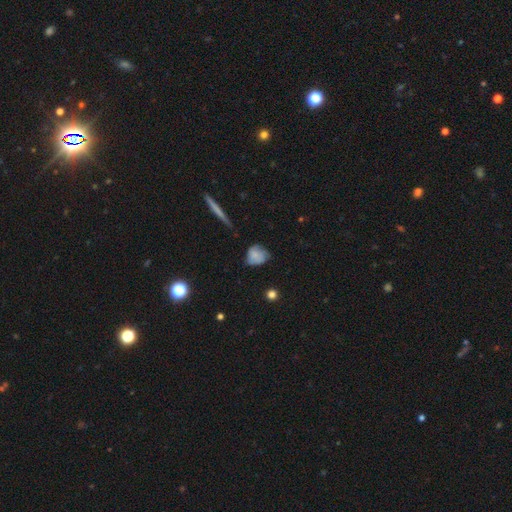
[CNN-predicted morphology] Smooth or featured? Predicted: smooth (p=0.71). How rounded? Predicted: round (p=0.61). Merging? Predicted: none (p=0.52).